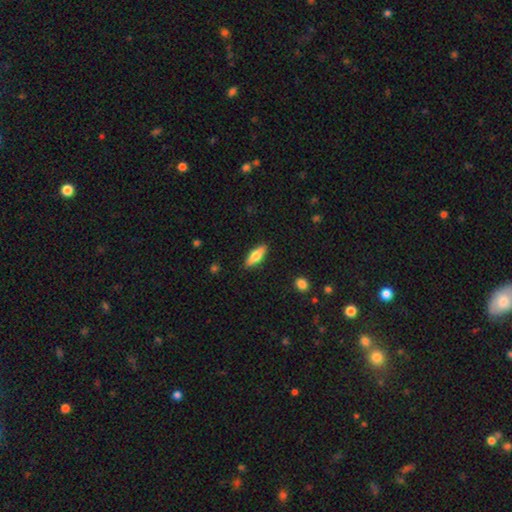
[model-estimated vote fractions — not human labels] This appears to be a smooth galaxy with no disk features (64%) that is in between round and cigar-shaped (51%). Merging: none (88%).